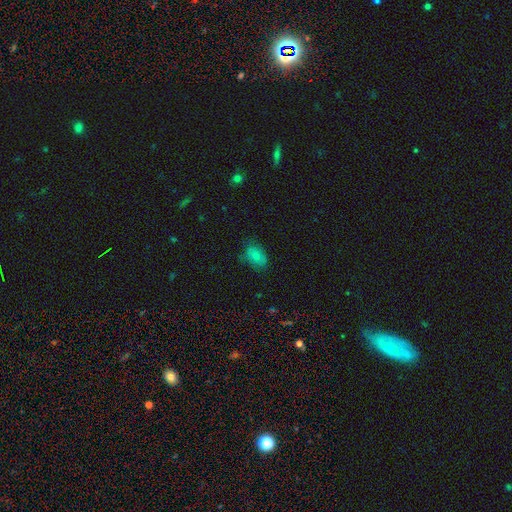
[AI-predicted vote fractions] This appears to be a smooth galaxy with no disk features (77%) that is in between round and cigar-shaped (86%). Merging: none (69%).